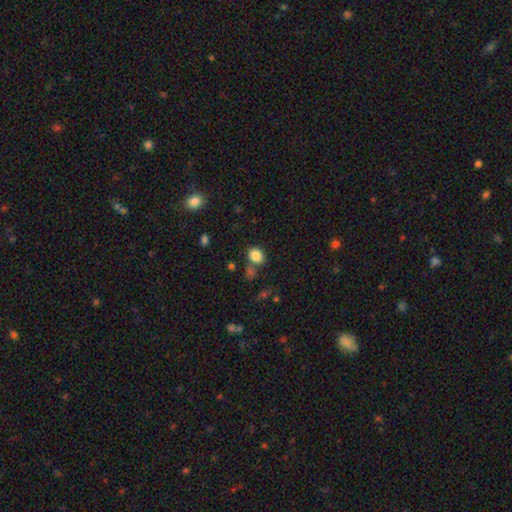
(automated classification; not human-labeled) This is clearly a smooth galaxy (84%). How rounded: possibly round (54%). Merging: likely none (68%).